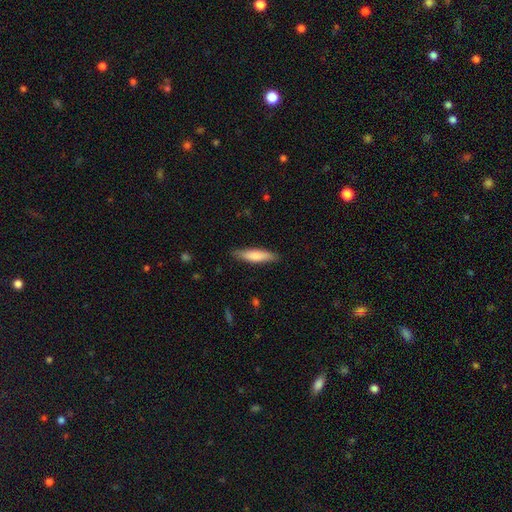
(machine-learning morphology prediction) smooth 77%, featured or disk 18%, star or artifact 5%. Down the decision tree: how rounded — cigar-shaped (75%); merging — none (85%).